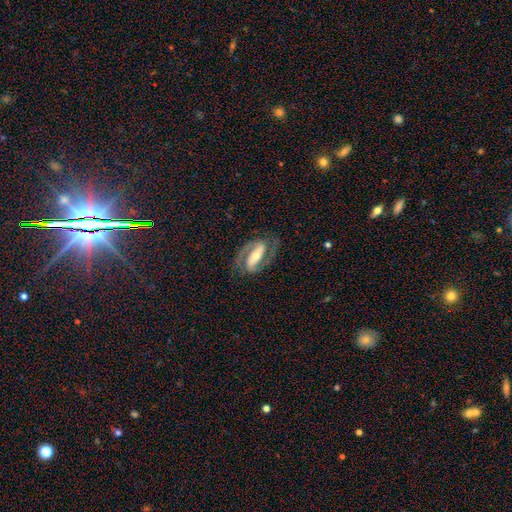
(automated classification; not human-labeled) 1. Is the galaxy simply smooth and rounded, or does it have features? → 88% featured or disk, 7% smooth, 5% star or artifact.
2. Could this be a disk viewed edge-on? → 95% no, 5% yes.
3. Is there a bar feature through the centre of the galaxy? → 64% strong, 23% weak, 13% no.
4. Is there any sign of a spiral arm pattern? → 95% yes, 5% no.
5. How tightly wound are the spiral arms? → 53% medium, 33% tight, 14% loose.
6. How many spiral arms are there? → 92% 2, 3% 1, 3% can't tell, 1% 3, 1% 4, 1% more than 4.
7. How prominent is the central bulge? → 56% moderate, 36% small, 6% large, 2% none, 1% dominant.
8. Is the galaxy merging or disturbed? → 80% none, 12% minor disturbance, 7% major disturbance, 1% merger.